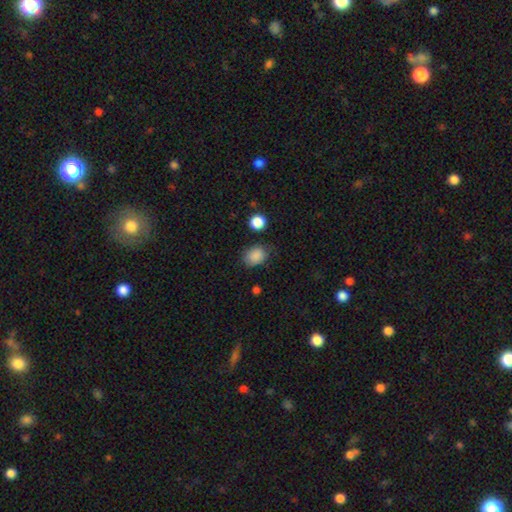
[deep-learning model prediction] Smooth or featured? Predicted: smooth (p=0.87). How rounded? Predicted: in between (p=0.61). Merging? Predicted: none (p=0.70).